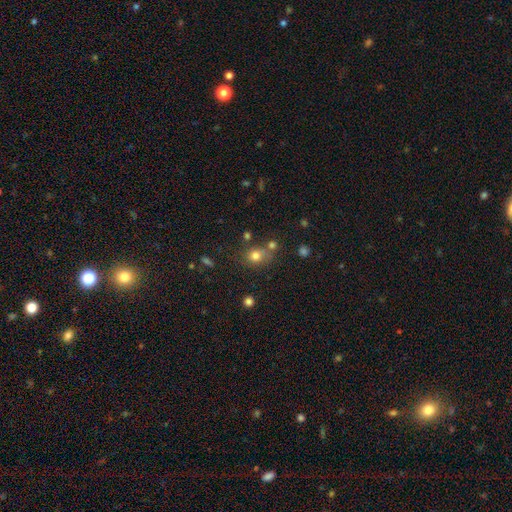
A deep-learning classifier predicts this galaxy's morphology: A smooth galaxy with no disk features (76%) that is round (72%). Merging: none (62%).